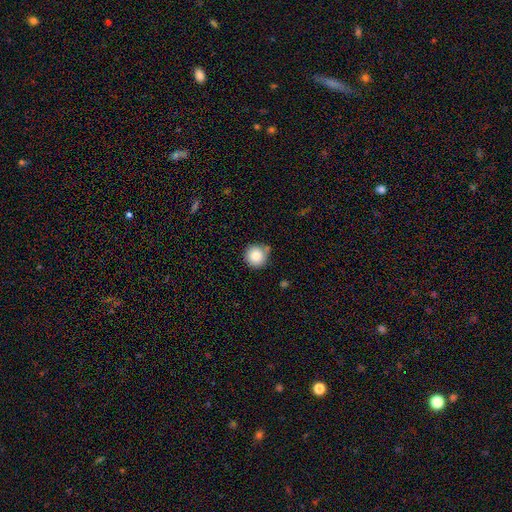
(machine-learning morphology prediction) Smooth or featured: smooth — 84% (star or artifact — 9%)
How rounded: round — 95% (in between — 4%)
Merging: none — 77% (minor disturbance — 14%)